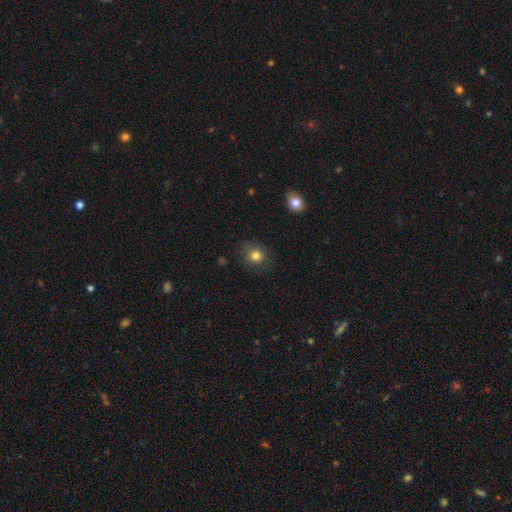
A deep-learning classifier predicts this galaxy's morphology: smooth_or_featured: smooth (p=0.82) [alt: star or artifact p=0.12]
how_rounded: round (p=0.82) [alt: in between p=0.18]
merging: none (p=0.81) [alt: minor disturbance p=0.13]